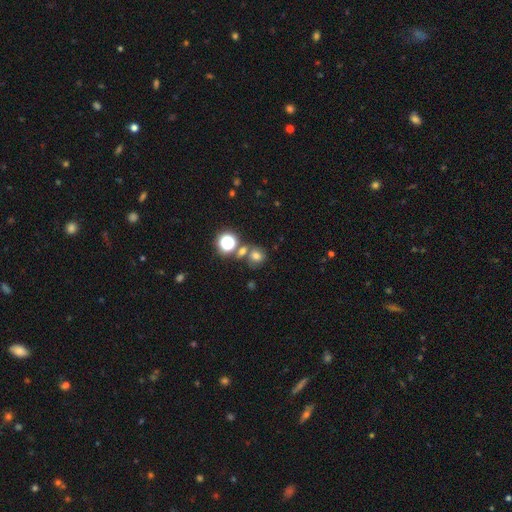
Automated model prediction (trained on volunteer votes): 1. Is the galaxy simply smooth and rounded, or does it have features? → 67% smooth, 23% star or artifact, 10% featured or disk.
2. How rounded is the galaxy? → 73% round, 26% in between, 1% cigar-shaped.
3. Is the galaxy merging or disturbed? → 61% none, 23% merger, 11% minor disturbance, 5% major disturbance.